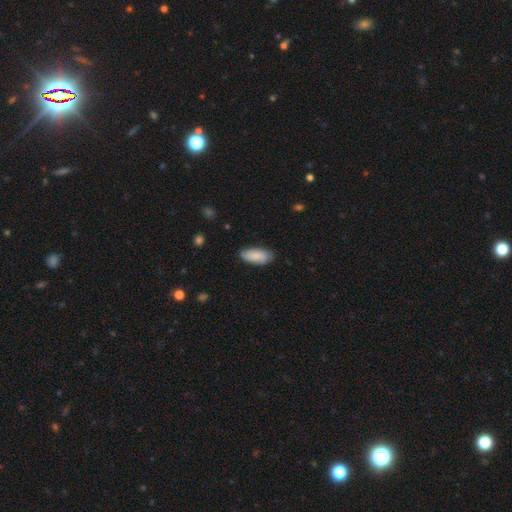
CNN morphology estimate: Smooth or featured? smooth (84%)
How rounded? in between (88%)
Merging? none (78%)